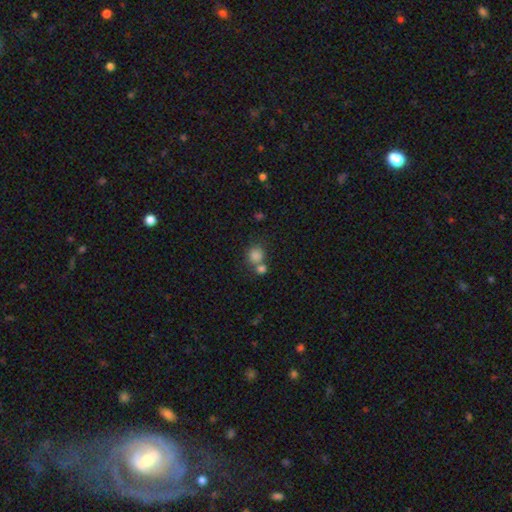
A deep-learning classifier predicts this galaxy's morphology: Smooth or featured?
  - smooth: 82% *
  - star or artifact: 11%
  - featured or disk: 7%
How rounded?
  - round: 85% *
  - in between: 14%
  - cigar-shaped: 1%
Merging?
  - none: 51% *
  - merger: 36%
  - minor disturbance: 9%
  - major disturbance: 4%